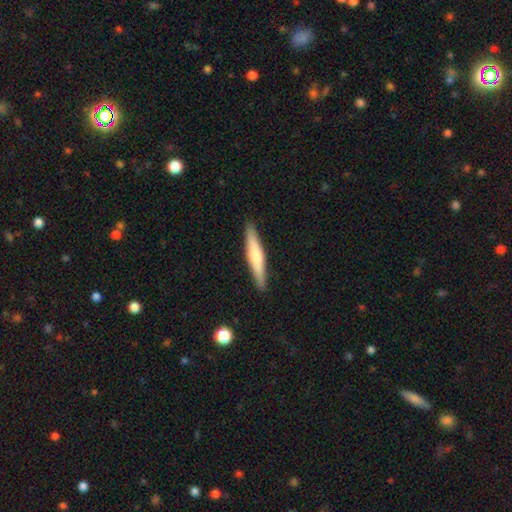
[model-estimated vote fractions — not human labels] This appears to be a smooth galaxy with no disk features (55%) that is cigar-shaped (92%). Merging: none (91%).